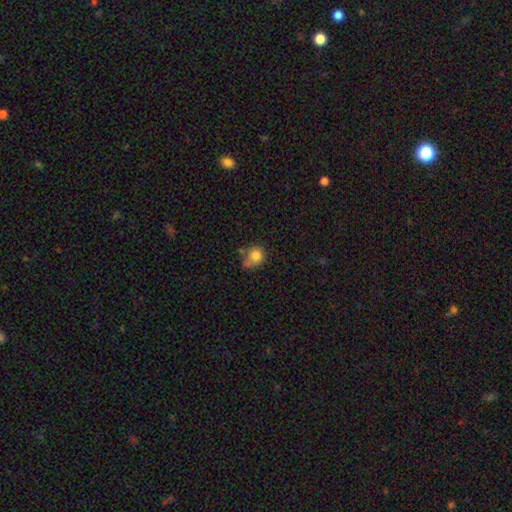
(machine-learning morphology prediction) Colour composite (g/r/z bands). It shows a smooth galaxy with no disk features (80%) that is round (69%). Merging: none (41%).